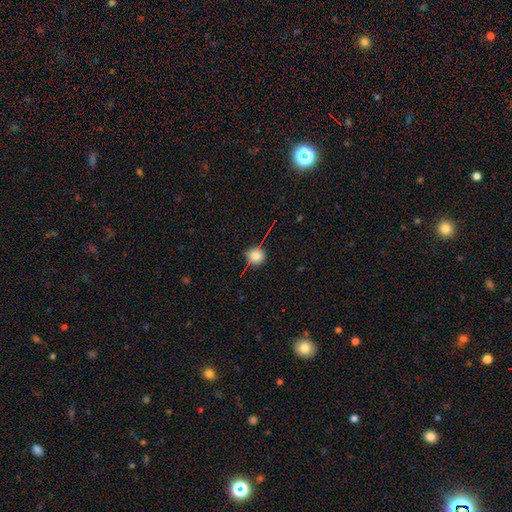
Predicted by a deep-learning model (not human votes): This is likely a smooth galaxy (75%). How rounded: clearly round (89%). Merging: clearly none (81%).